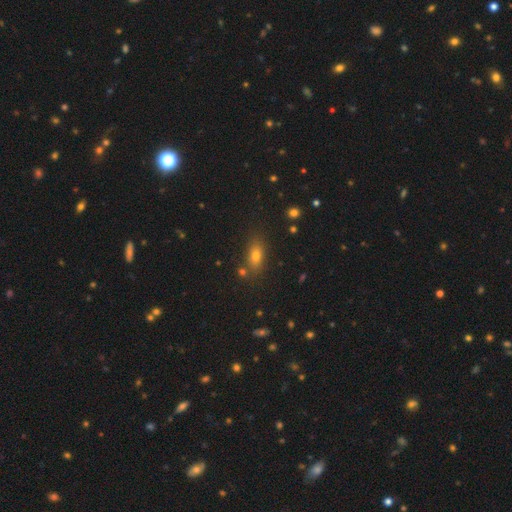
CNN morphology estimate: This appears to be a smooth galaxy with no disk features (72%) that is in between round and cigar-shaped (75%). Merging: none (78%).